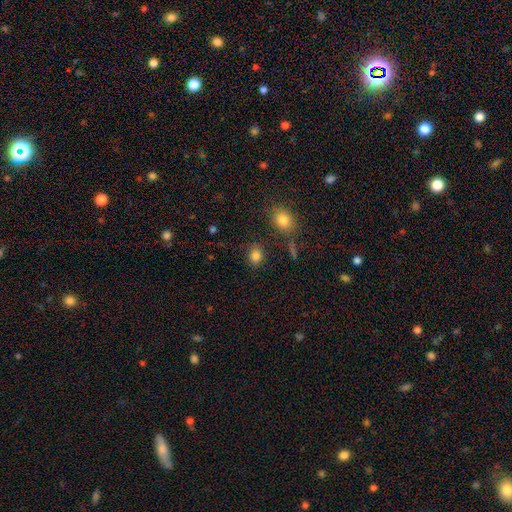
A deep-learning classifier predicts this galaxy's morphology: A smooth galaxy with no disk features (84%) that is round (59%).

Vote fractions:
- Smooth or featured? smooth: 84% / star or artifact: 11% / featured or disk: 5%
- How rounded? round: 59% / in between: 40% / cigar-shaped: 1%
- Merging? none: 83% / minor disturbance: 10% / merger: 4% / major disturbance: 3%